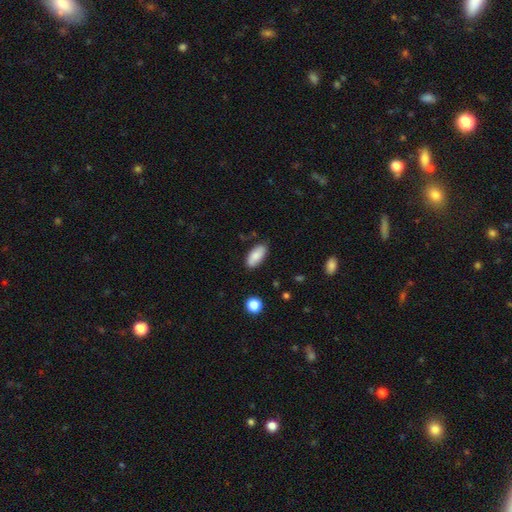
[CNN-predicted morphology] The model was most divided on "merging": none: 82%, minor disturbance: 14%, major disturbance: 2%, merger: 2%. More confident: how rounded — in between (90%); smooth or featured — smooth (83%).